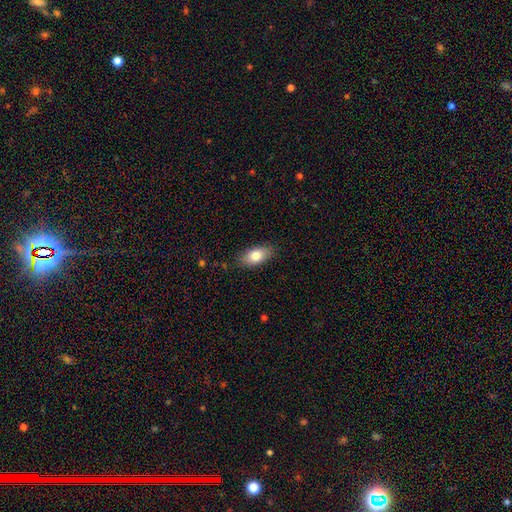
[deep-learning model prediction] Smooth or featured? Predicted: smooth (p=0.79). How rounded? Predicted: in between (p=0.89). Merging? Predicted: none (p=0.84).